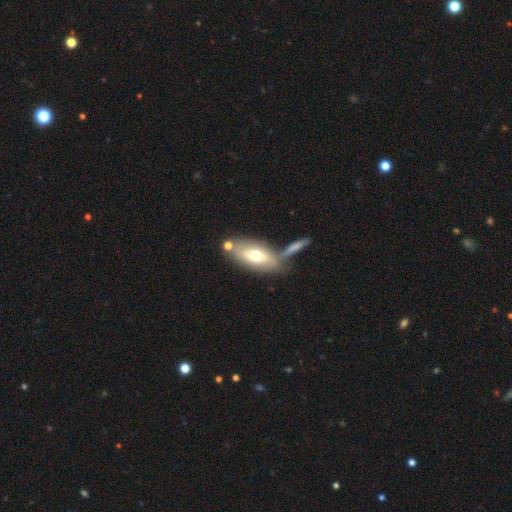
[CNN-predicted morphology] The model was most divided on "smooth or featured": smooth: 60%, featured or disk: 33%, star or artifact: 7%. More confident: how rounded — in between (83%); merging — none (54%).